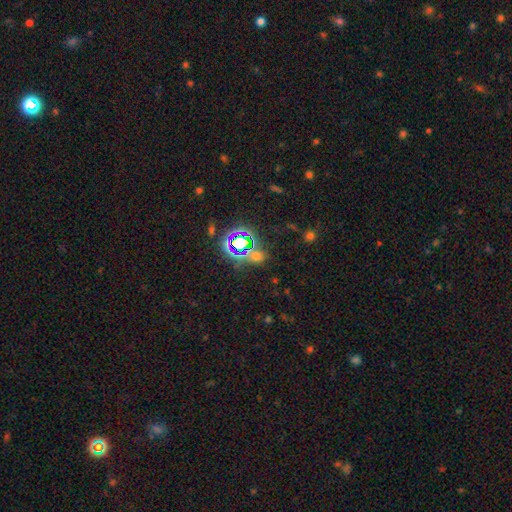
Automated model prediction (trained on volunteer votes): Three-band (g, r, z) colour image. It shows a star or artifact, not a galaxy (58%).